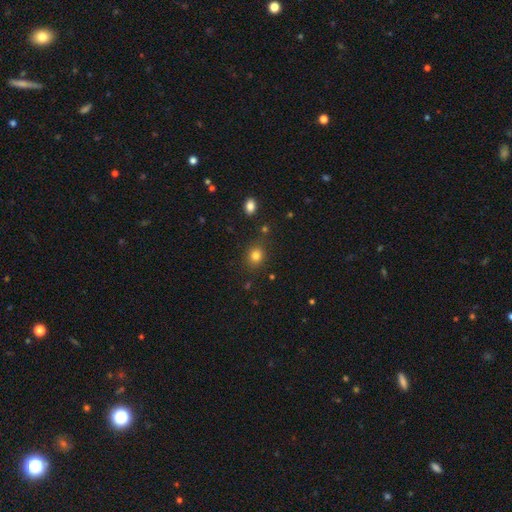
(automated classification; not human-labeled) Morphology: type=smooth (81%); roundness=round (70%); merging=none (82%).